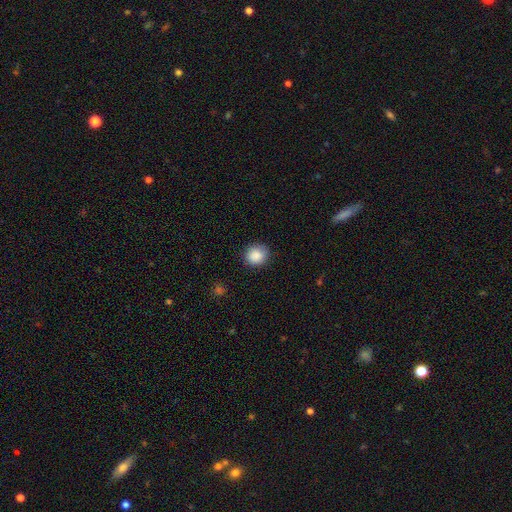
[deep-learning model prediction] smooth_or_featured: smooth (p=0.88) [alt: star or artifact p=0.09]
how_rounded: round (p=0.86) [alt: in between p=0.13]
merging: none (p=0.86) [alt: minor disturbance p=0.10]